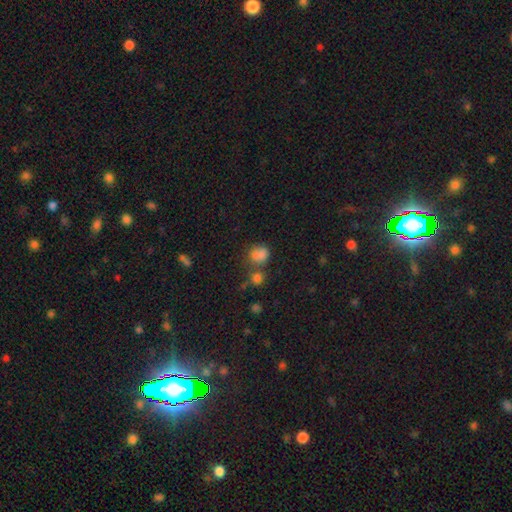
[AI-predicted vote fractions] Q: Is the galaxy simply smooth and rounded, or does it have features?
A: smooth — 73%.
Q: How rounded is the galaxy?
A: round — 68%.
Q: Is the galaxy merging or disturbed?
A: none — 47%.